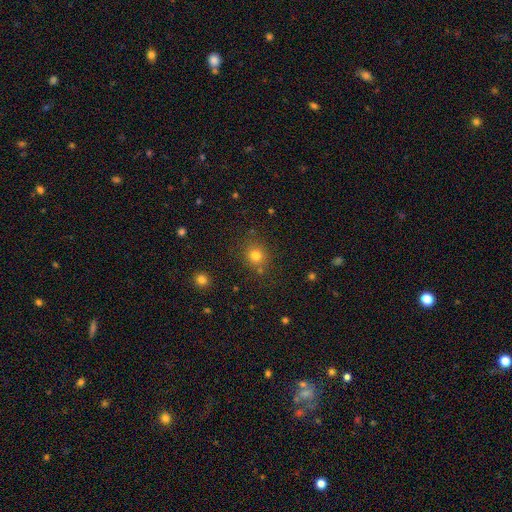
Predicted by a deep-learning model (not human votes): Overall: smooth (78%). How rounded: round (85%). Merging: none (80%).